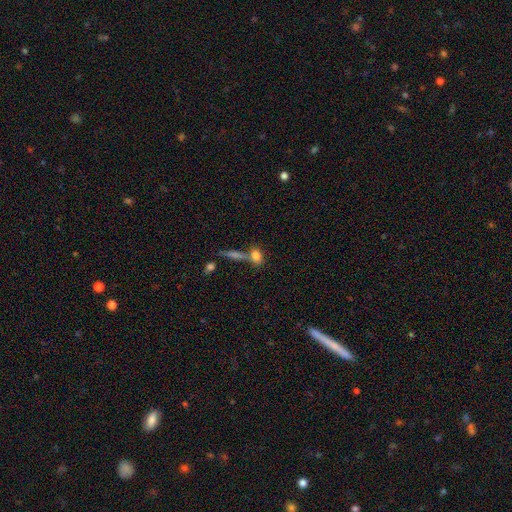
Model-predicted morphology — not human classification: Smooth or featured?
  - smooth: 79% *
  - featured or disk: 11%
  - star or artifact: 10%
How rounded?
  - in between: 67% *
  - round: 22%
  - cigar-shaped: 11%
Merging?
  - none: 48% *
  - merger: 36%
  - minor disturbance: 11%
  - major disturbance: 5%